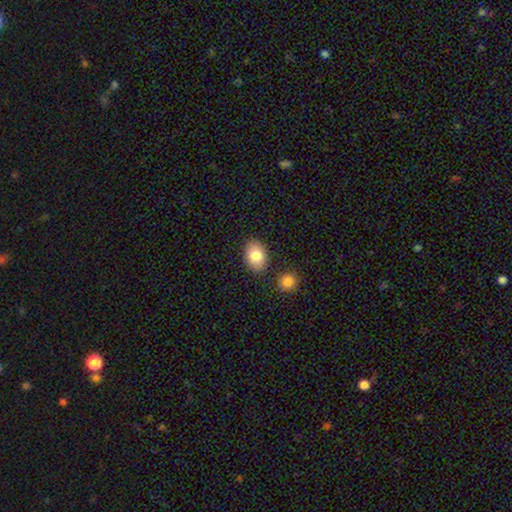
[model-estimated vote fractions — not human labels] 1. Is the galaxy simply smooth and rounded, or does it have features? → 82% smooth, 10% featured or disk, 8% star or artifact.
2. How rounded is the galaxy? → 75% in between, 23% round, 1% cigar-shaped.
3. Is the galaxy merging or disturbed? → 84% none, 10% minor disturbance, 4% merger, 2% major disturbance.